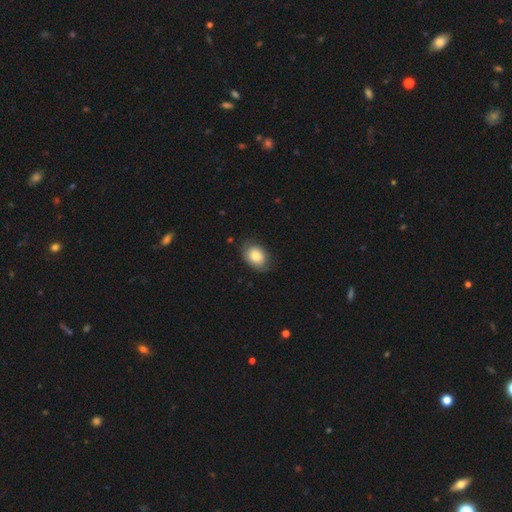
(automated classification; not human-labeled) Overall: smooth (78%). How rounded: in between (73%). Merging: none (70%).